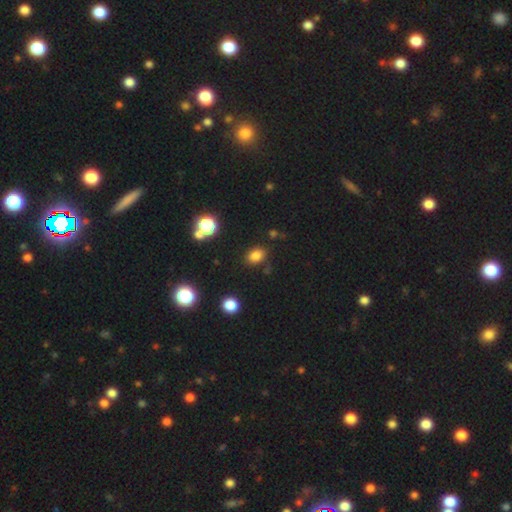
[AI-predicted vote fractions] Morphology: type=smooth (81%); roundness=in between (67%); merging=none (81%).